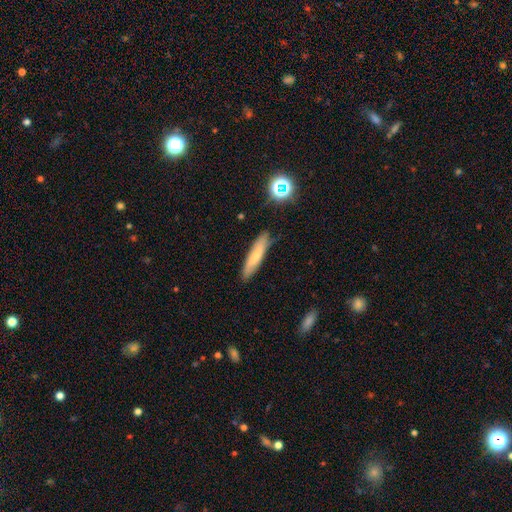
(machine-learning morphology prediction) A smooth galaxy with no disk features (70%) that is cigar-shaped (84%).

Vote fractions:
- Smooth or featured? smooth: 70% / featured or disk: 21% / star or artifact: 8%
- How rounded? cigar-shaped: 84% / in between: 14% / round: 2%
- Merging? none: 80% / minor disturbance: 15% / major disturbance: 3% / merger: 2%